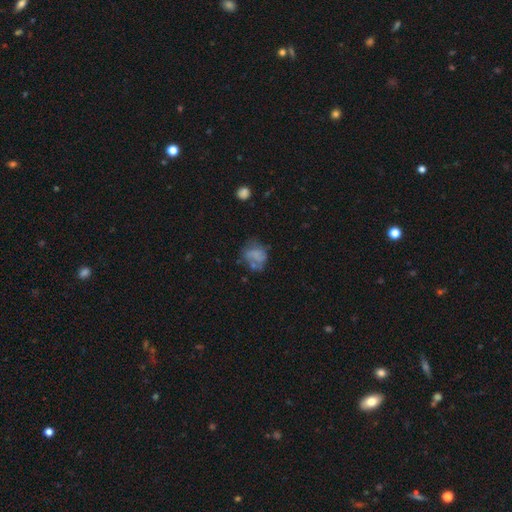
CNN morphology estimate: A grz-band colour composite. It shows a smooth galaxy with no disk features (58%) that is round (55%). Merging: none (39%).